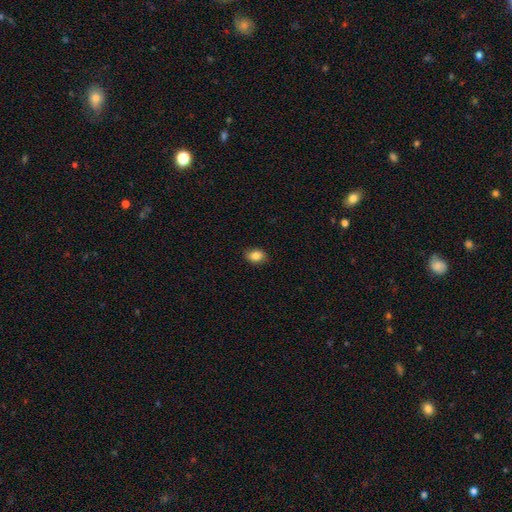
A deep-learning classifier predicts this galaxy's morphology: Q: Smooth or featured?
A: smooth (84%); runner-up: star or artifact (9%)
Q: How rounded?
A: in between (68%); runner-up: round (30%)
Q: Merging?
A: none (84%); runner-up: minor disturbance (13%)